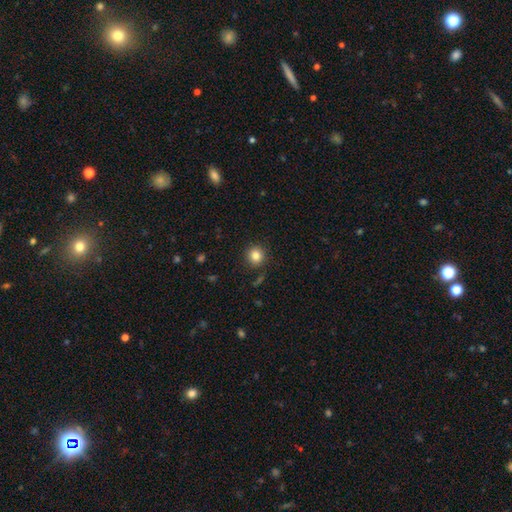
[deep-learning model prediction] Overall: smooth (83%). How rounded: round (92%). Merging: none (88%).